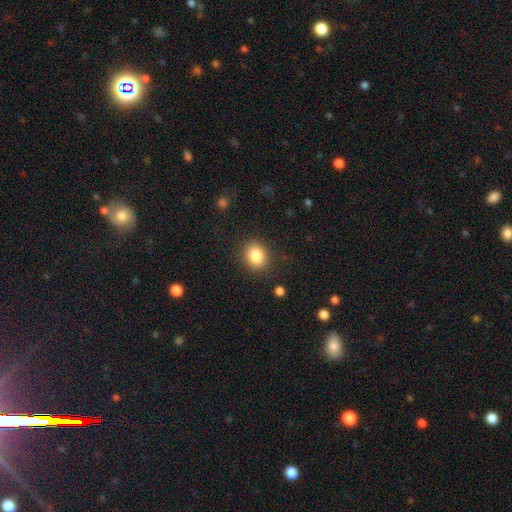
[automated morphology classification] Smooth or featured?
  - smooth: 84% *
  - star or artifact: 10%
  - featured or disk: 6%
How rounded?
  - round: 64% *
  - in between: 35%
  - cigar-shaped: 1%
Merging?
  - none: 87% *
  - minor disturbance: 9%
  - major disturbance: 3%
  - merger: 1%